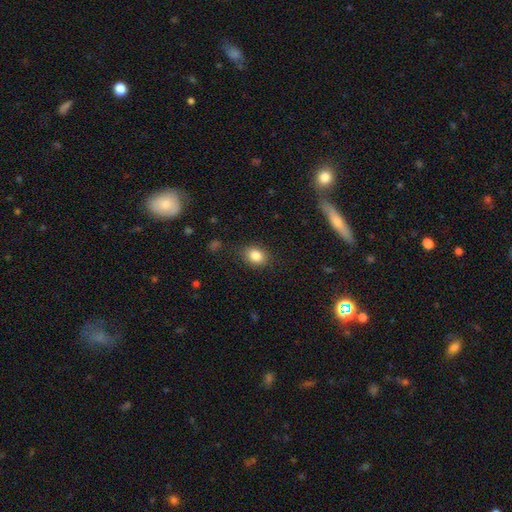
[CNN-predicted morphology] Q: Smooth or featured?
A: smooth (84%); runner-up: star or artifact (10%)
Q: How rounded?
A: in between (55%); runner-up: round (44%)
Q: Merging?
A: none (83%); runner-up: minor disturbance (12%)